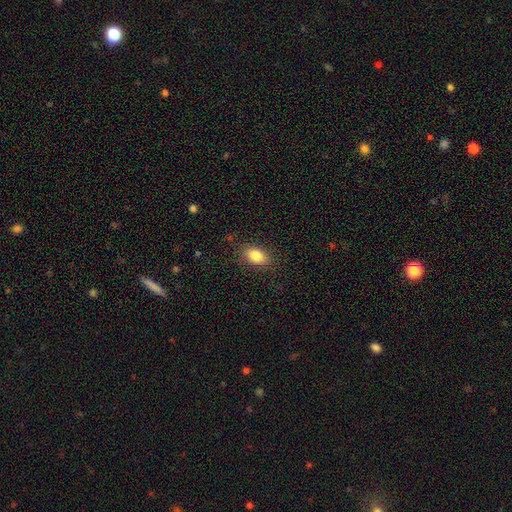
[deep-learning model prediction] A smooth galaxy with no disk features (84%) that is in between round and cigar-shaped (86%). Merging: none (84%).